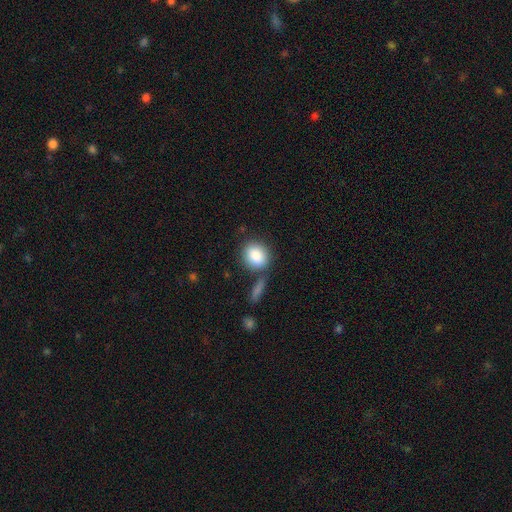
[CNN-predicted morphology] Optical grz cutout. It shows a smooth galaxy with no disk features (86%) that is round (61%). Merging: none (67%).